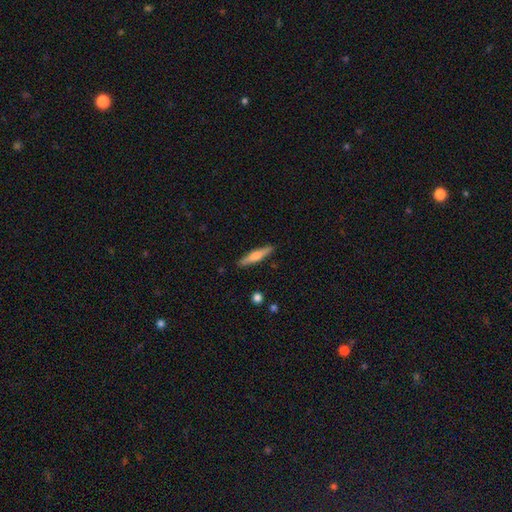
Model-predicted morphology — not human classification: Q: Smooth or featured?
A: smooth (56%); runner-up: featured or disk (39%)
Q: How rounded?
A: cigar-shaped (87%); runner-up: in between (11%)
Q: Merging?
A: none (89%); runner-up: minor disturbance (8%)